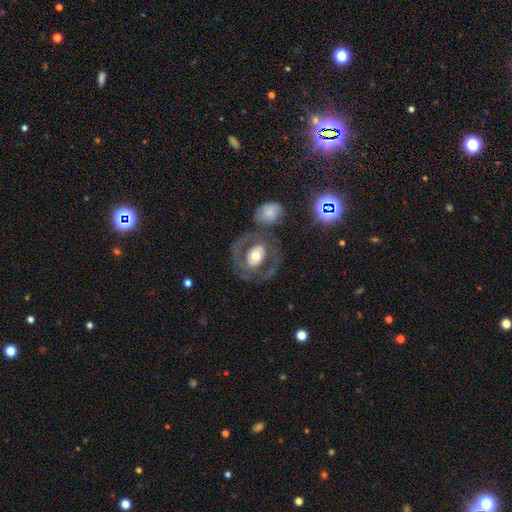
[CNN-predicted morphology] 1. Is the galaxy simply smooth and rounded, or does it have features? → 64% featured or disk, 30% smooth, 6% star or artifact.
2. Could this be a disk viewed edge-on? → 96% no, 4% yes.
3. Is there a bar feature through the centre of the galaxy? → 68% no, 21% weak, 11% strong.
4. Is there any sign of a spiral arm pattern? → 54% no, 46% yes.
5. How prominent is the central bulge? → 62% moderate, 25% large, 9% small, 3% dominant, 1% none.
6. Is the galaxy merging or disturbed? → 64% none, 15% major disturbance, 14% minor disturbance, 7% merger.